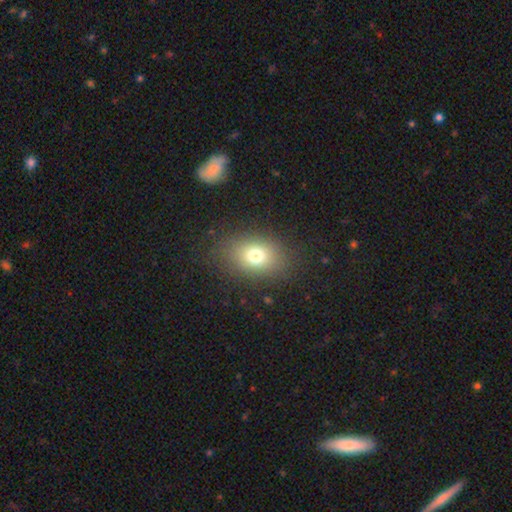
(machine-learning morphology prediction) Smooth or featured: smooth — 74% (star or artifact — 14%)
How rounded: in between — 70% (round — 29%)
Merging: none — 83% (minor disturbance — 10%)